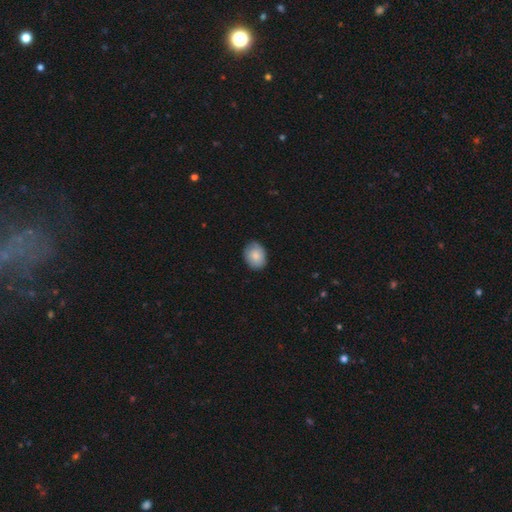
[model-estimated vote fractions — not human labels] Q: Smooth or featured?
A: smooth (84%); runner-up: featured or disk (9%)
Q: How rounded?
A: in between (57%); runner-up: round (42%)
Q: Merging?
A: none (82%); runner-up: minor disturbance (14%)